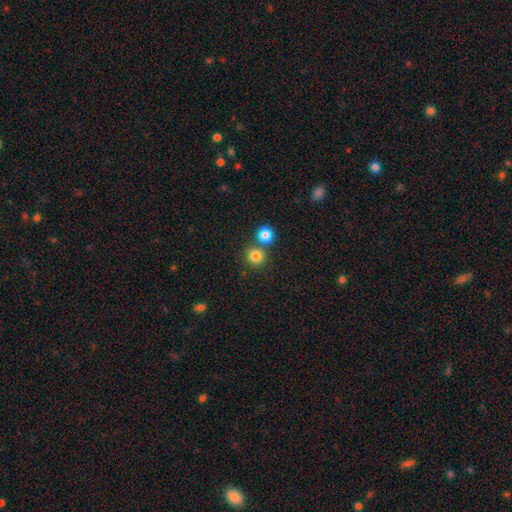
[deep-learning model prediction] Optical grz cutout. It shows a smooth galaxy with no disk features (81%) that is round (91%). Merging: none (68%).